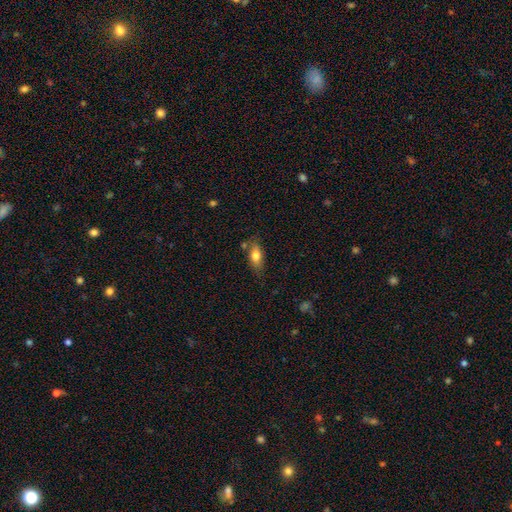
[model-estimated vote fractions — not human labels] Smooth or featured? smooth (74%)
How rounded? in between (80%)
Merging? none (70%)